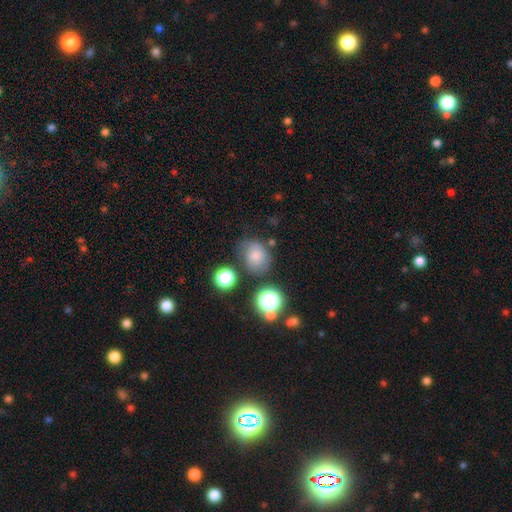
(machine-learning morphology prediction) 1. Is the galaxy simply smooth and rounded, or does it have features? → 71% smooth, 15% star or artifact, 14% featured or disk.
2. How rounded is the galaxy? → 59% round, 40% in between, 1% cigar-shaped.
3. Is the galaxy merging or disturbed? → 59% none, 24% minor disturbance, 9% major disturbance, 7% merger.